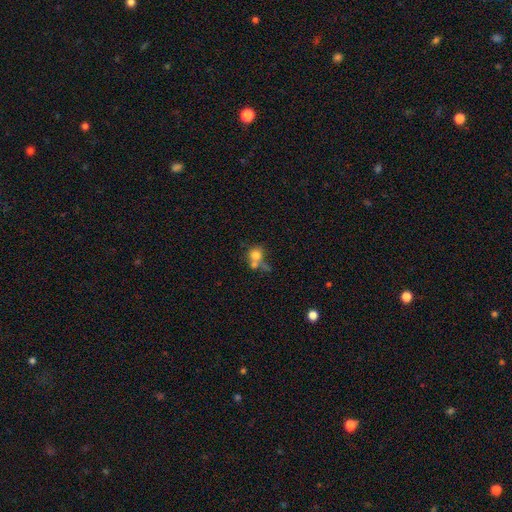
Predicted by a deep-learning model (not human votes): Overall: smooth (73%). How rounded: round (82%). Merging: merger (46%; none 35%).